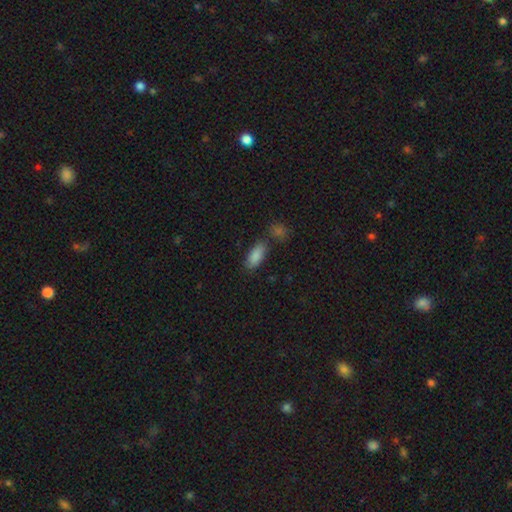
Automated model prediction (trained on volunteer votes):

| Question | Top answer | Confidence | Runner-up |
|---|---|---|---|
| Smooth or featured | smooth | 87% | star or artifact (8%) |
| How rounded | in between | 84% | cigar-shaped (14%) |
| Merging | none | 70% | minor disturbance (15%) |